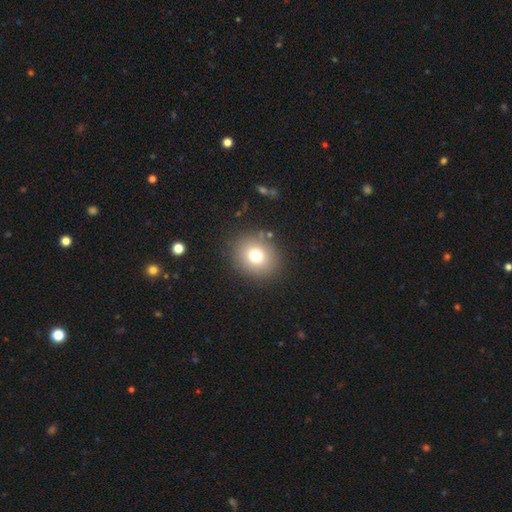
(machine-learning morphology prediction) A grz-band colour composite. It shows a smooth galaxy with no disk features (75%) that is round (75%). Merging: none (87%).